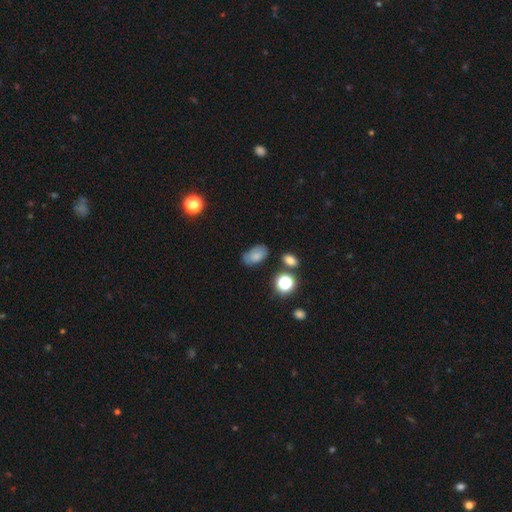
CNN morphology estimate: Smooth or featured? Predicted: smooth (p=0.76). How rounded? Predicted: in between (p=0.90). Merging? Predicted: none (p=0.69).